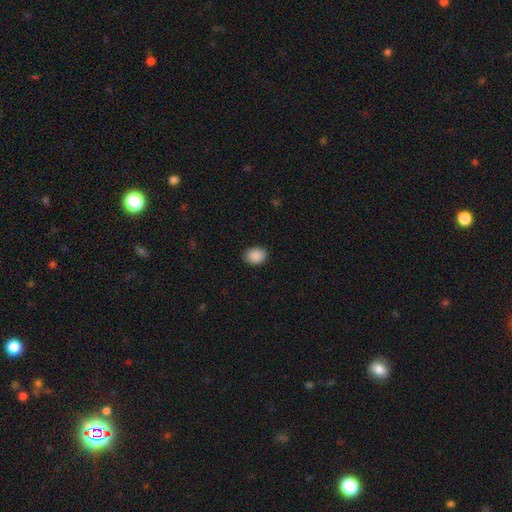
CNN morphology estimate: The model was most divided on "how rounded": in between: 68%, round: 31%, cigar-shaped: 1%. More confident: smooth or featured — smooth (90%); merging — none (86%).